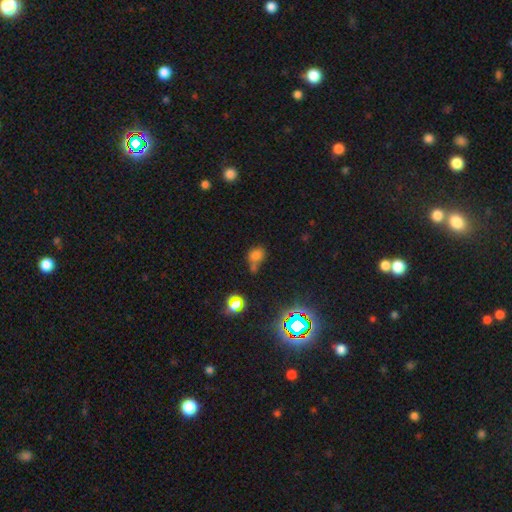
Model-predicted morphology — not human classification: The model was most divided on "merging": none: 42%, merger: 31%, minor disturbance: 18%, major disturbance: 8%. More confident: smooth or featured — smooth (69%); how rounded — round (58%).